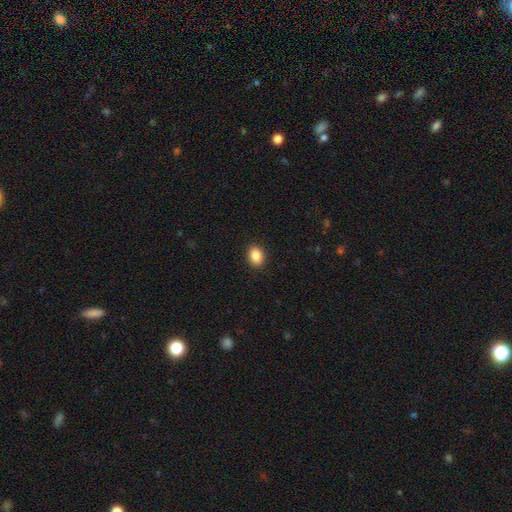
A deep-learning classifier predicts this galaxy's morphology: Q: Smooth or featured?
A: smooth (88%); runner-up: star or artifact (8%)
Q: How rounded?
A: in between (75%); runner-up: round (23%)
Q: Merging?
A: none (90%); runner-up: minor disturbance (7%)